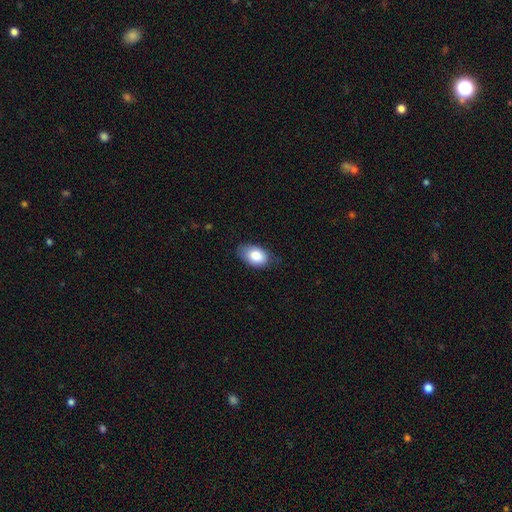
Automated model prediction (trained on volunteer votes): Morphology: type=smooth (83%); roundness=in between (90%); merging=none (69%).